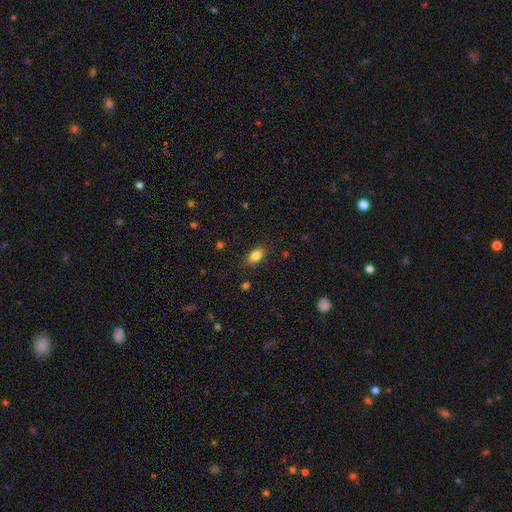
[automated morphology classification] type=smooth (84%); roundness=in between (87%); merging=none (83%).